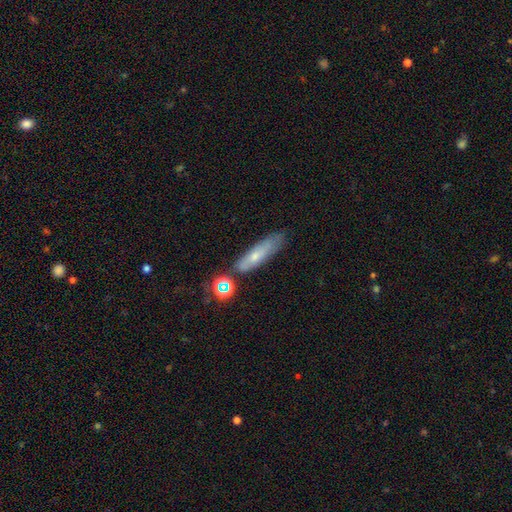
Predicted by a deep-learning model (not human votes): Overall: smooth (55%; featured or disk 34%). How rounded: cigar-shaped (69%). Merging: none (64%).